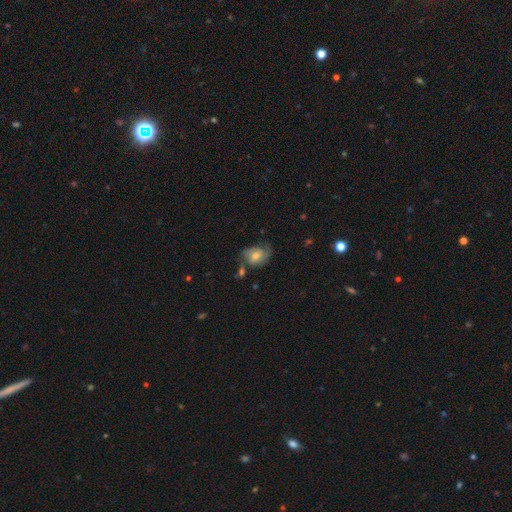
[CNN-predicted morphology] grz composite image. It shows a featured or disk galaxy (61%) with no bar (54%), 2 (69%) medium (46%) spiral arms (88%) and a moderate central bulge (56%). Merging: none (53%).